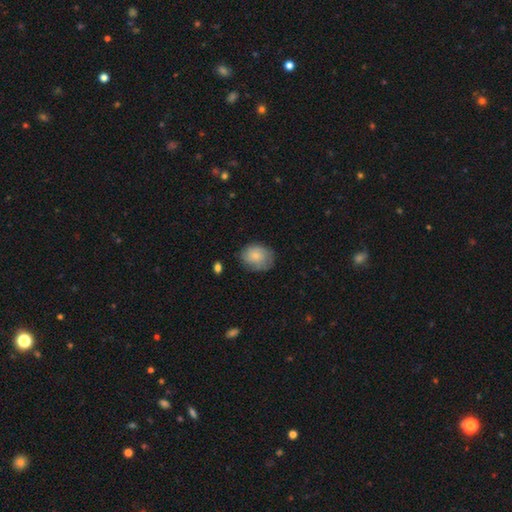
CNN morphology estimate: smooth_or_featured: smooth (p=0.70) [alt: featured or disk p=0.22]
how_rounded: round (p=0.51) [alt: in between p=0.48]
merging: none (p=0.73) [alt: minor disturbance p=0.20]